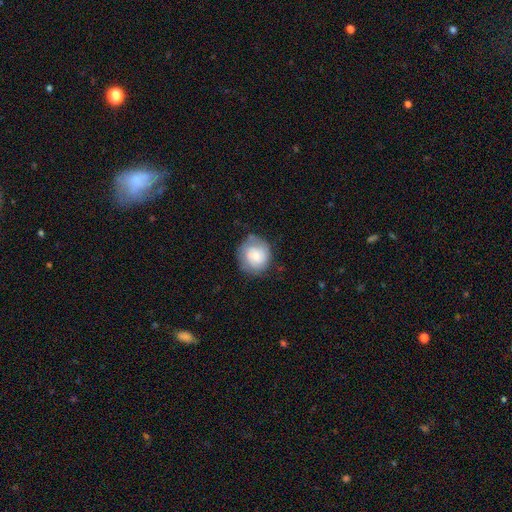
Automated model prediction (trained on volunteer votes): Smooth or featured? smooth (55%)
How rounded? round (83%)
Merging? none (67%)